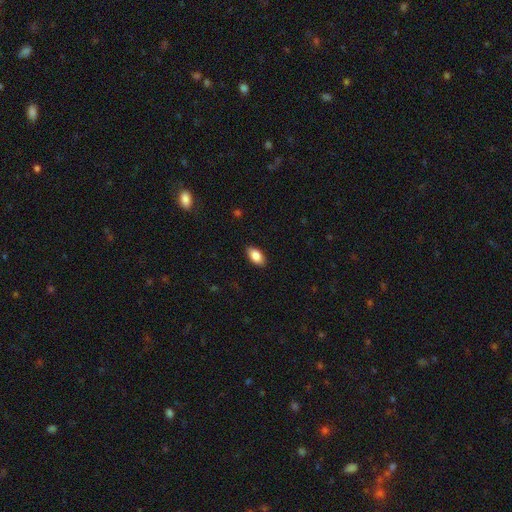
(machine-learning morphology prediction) smooth-or-featured: smooth: 86% | featured or disk: 7% | star or artifact: 7%
  how-rounded: in between: 93% | round: 4% | cigar-shaped: 3%
  merging: none: 89% | minor disturbance: 8% | major disturbance: 2% | merger: 1%